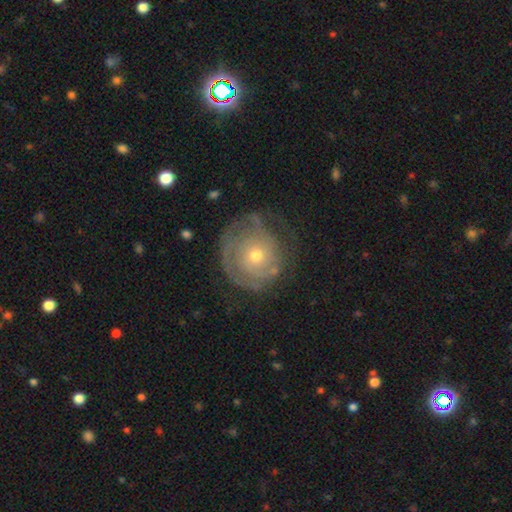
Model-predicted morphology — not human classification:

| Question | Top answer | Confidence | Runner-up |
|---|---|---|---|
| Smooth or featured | featured or disk | 72% | smooth (21%) |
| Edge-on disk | no | 97% | yes (3%) |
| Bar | no | 86% | weak (12%) |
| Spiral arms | yes | 79% | no (21%) |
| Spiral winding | tight | 74% | medium (19%) |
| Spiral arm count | can't tell | 50% | 2 (21%) |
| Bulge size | small | 51% | moderate (45%) |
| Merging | none | 66% | minor disturbance (21%) |